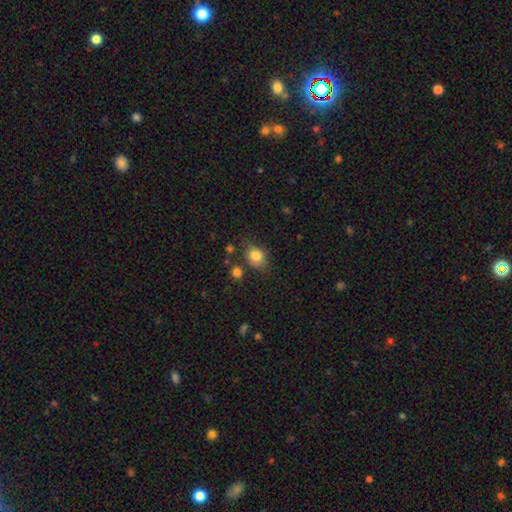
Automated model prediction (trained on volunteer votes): This is clearly a smooth galaxy (83%). How rounded: possibly round (50%). Merging: likely none (67%).